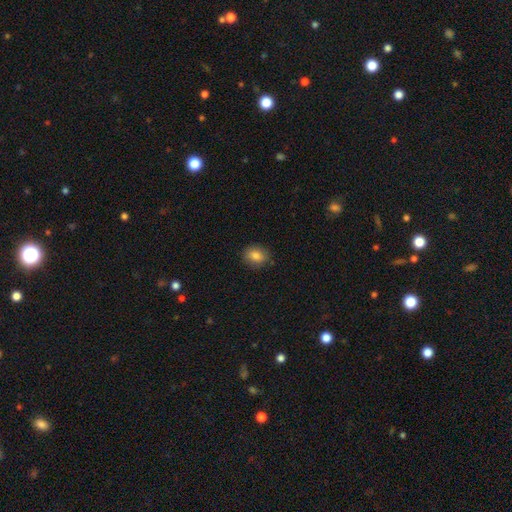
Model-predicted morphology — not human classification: smooth_or_featured: smooth (p=0.82) [alt: star or artifact p=0.09]
how_rounded: round (p=0.51) [alt: in between p=0.47]
merging: none (p=0.86) [alt: minor disturbance p=0.10]